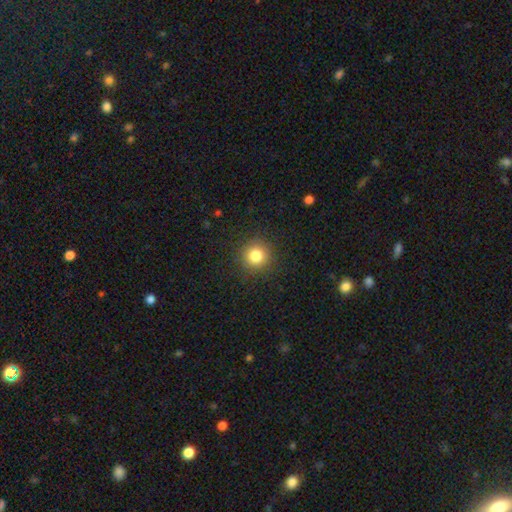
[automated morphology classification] Smooth or featured: smooth — 82% (star or artifact — 12%)
How rounded: round — 94% (in between — 5%)
Merging: none — 90% (minor disturbance — 6%)